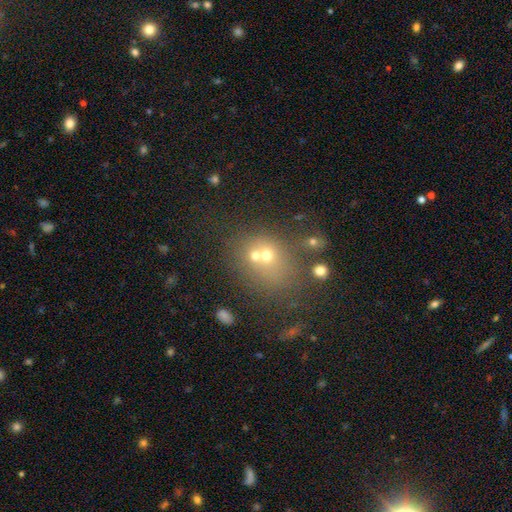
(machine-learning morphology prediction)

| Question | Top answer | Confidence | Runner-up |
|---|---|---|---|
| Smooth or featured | smooth | 59% | star or artifact (21%) |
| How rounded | round | 68% | in between (31%) |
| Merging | merger | 48% | none (37%) |